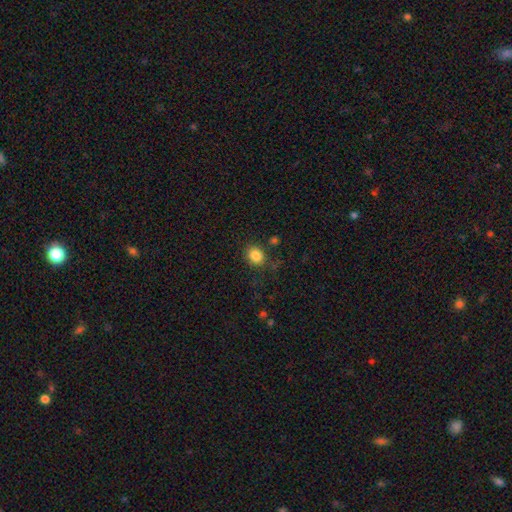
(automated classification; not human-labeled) A smooth galaxy with no disk features (84%) that is round (61%).

Vote fractions:
- Smooth or featured? smooth: 84% / star or artifact: 11% / featured or disk: 5%
- How rounded? round: 61% / in between: 38% / cigar-shaped: 1%
- Merging? none: 81% / minor disturbance: 12% / major disturbance: 4% / merger: 4%